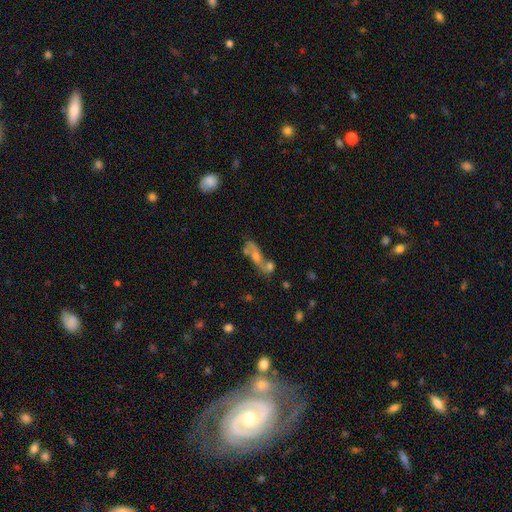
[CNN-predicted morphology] Overall: featured or disk (52%; smooth 32%). Edge-on disk: no (79%). Merging: merger (38%; none 36%).